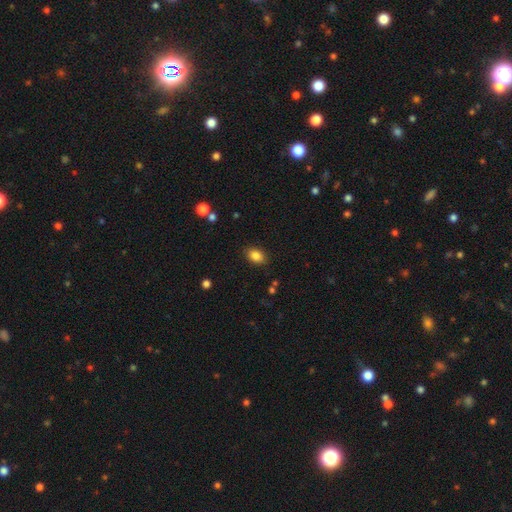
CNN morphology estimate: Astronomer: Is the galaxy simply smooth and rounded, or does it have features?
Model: smooth — 85%.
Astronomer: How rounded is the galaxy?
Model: in between — 79%.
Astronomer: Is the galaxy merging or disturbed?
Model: none — 87%.